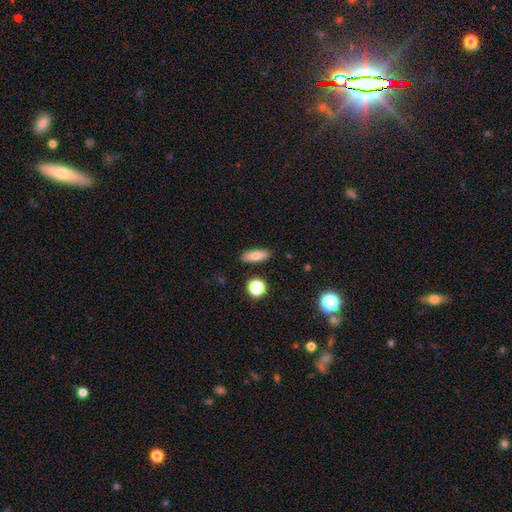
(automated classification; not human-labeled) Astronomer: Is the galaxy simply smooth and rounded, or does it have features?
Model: smooth — 79%.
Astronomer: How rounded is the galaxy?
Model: in between — 59% (runner-up: cigar-shaped, 36%).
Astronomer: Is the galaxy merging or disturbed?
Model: none — 87%.